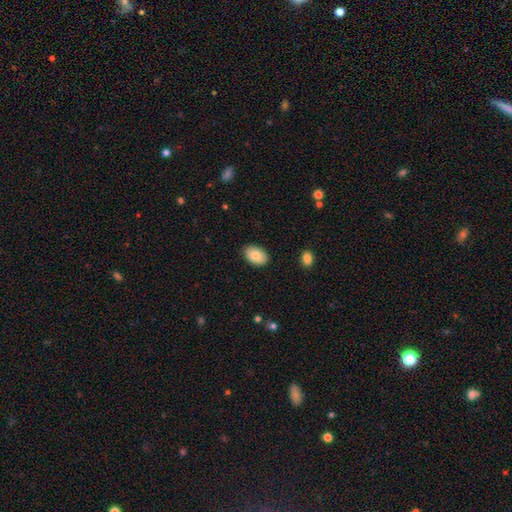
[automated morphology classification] Overall: smooth (84%). How rounded: in between (91%). Merging: none (86%).